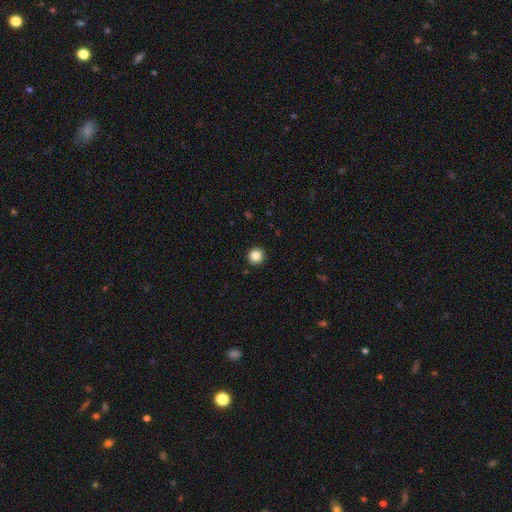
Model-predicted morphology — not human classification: This is clearly a smooth galaxy (85%). How rounded: clearly round (95%). Merging: clearly none (93%).